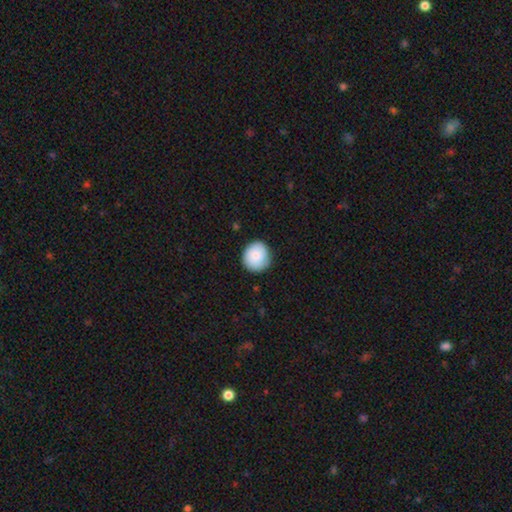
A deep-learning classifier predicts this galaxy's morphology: A smooth galaxy with no disk features (86%) that is round (86%).

Vote fractions:
- Smooth or featured? smooth: 86% / featured or disk: 7% / star or artifact: 7%
- How rounded? round: 86% / in between: 13% / cigar-shaped: 1%
- Merging? none: 85% / minor disturbance: 12% / major disturbance: 2% / merger: 1%